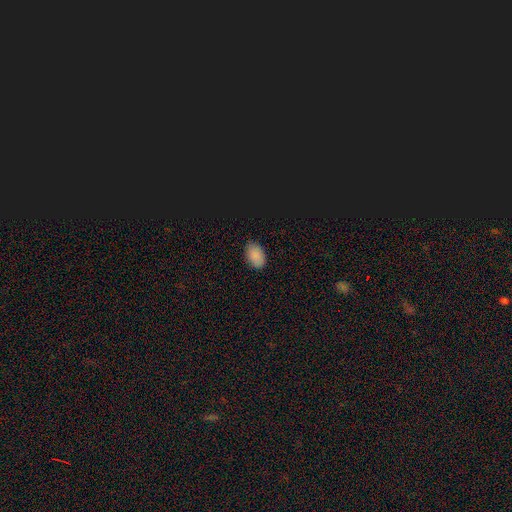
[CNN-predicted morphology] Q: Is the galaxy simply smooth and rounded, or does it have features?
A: smooth — 86%.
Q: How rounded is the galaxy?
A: in between — 90%.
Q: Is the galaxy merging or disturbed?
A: none — 84%.